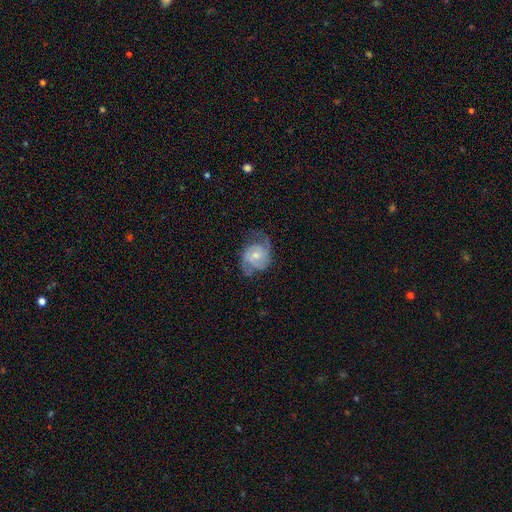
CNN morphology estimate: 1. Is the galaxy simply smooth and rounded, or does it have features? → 60% featured or disk, 33% smooth, 7% star or artifact.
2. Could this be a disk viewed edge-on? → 97% no, 3% yes.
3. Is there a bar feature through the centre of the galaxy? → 70% no, 26% weak, 4% strong.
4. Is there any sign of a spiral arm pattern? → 81% yes, 19% no.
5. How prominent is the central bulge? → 47% moderate, 45% small, 4% large, 3% none, 1% dominant.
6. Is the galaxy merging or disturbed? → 46% none, 29% minor disturbance, 23% major disturbance, 2% merger.